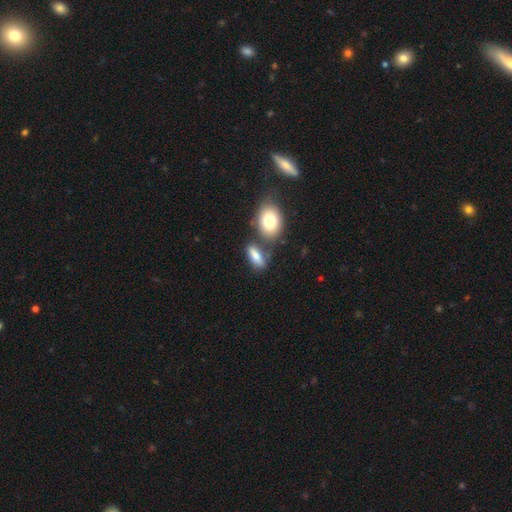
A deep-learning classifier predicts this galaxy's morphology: smooth 75%, featured or disk 17%, star or artifact 8%. Down the decision tree: how rounded — in between (73%); merging — none (58%).